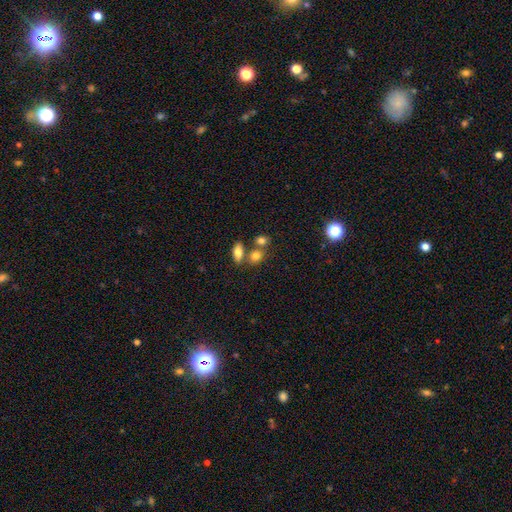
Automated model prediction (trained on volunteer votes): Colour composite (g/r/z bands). It shows a smooth galaxy with no disk features (78%) that is in between round and cigar-shaped (59%). Merging: none (50%).